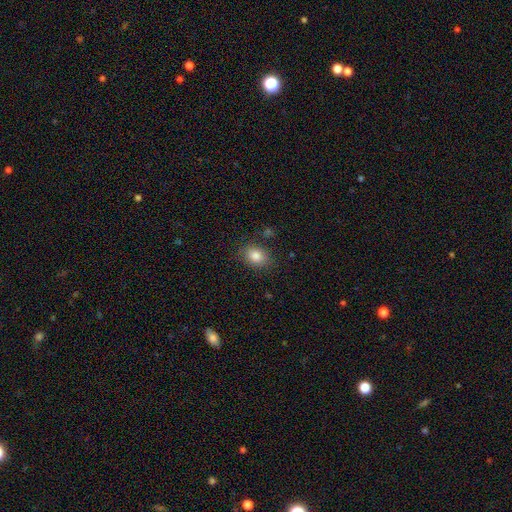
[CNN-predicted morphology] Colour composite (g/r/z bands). It shows a smooth galaxy with no disk features (84%) that is in between round and cigar-shaped (60%). Merging: none (81%).